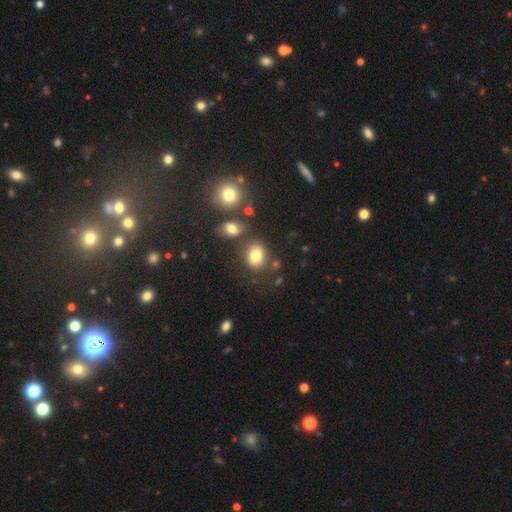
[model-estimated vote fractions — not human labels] Q: Smooth or featured?
A: smooth (80%); runner-up: star or artifact (11%)
Q: How rounded?
A: round (55%); runner-up: in between (44%)
Q: Merging?
A: none (72%); runner-up: minor disturbance (13%)